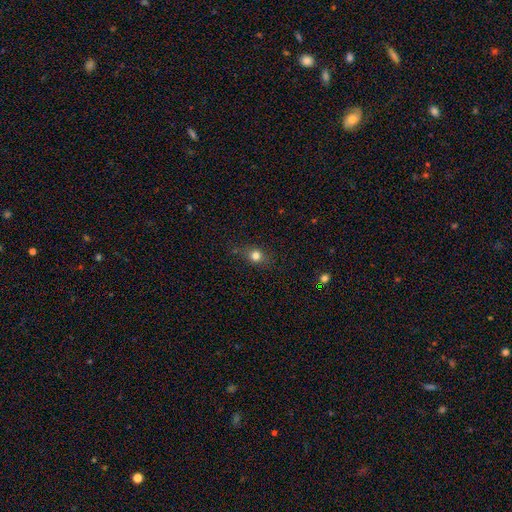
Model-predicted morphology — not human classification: Q: Smooth or featured?
A: smooth (76%); runner-up: star or artifact (15%)
Q: How rounded?
A: round (69%); runner-up: in between (29%)
Q: Merging?
A: none (78%); runner-up: minor disturbance (16%)